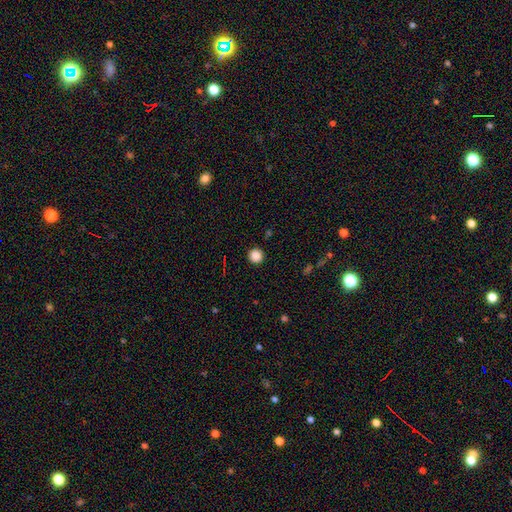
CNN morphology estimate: Smooth or featured?
  - smooth: 86% *
  - star or artifact: 11%
  - featured or disk: 3%
How rounded?
  - round: 95% *
  - in between: 4%
  - cigar-shaped: 1%
Merging?
  - none: 92% *
  - minor disturbance: 5%
  - major disturbance: 2%
  - merger: 1%